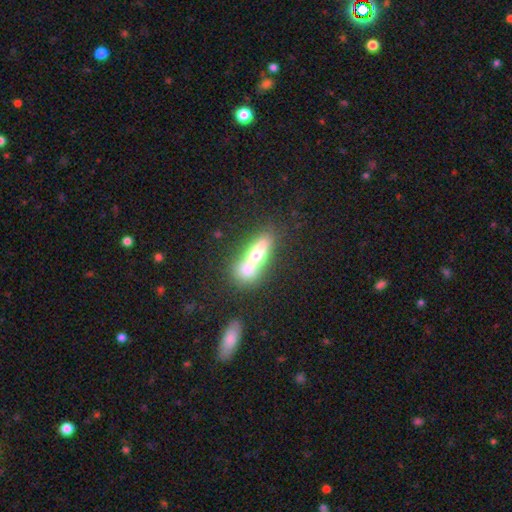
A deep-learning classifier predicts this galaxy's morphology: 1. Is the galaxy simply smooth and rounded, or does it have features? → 48% smooth, 45% featured or disk, 8% star or artifact.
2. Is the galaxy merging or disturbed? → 41% none (tied), 41% merger (tied), 12% minor disturbance, 7% major disturbance.